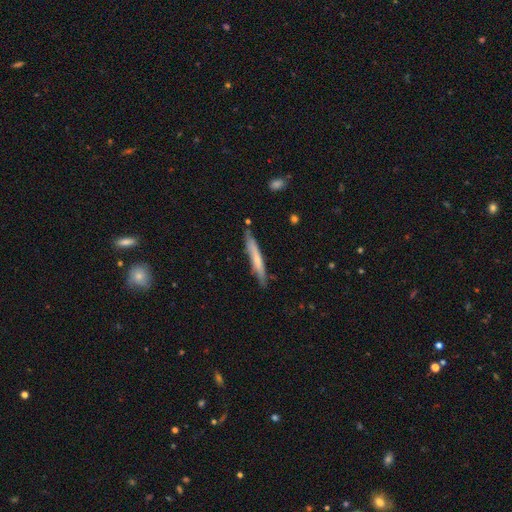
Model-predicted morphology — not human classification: A smooth galaxy with no disk features (54%) that is cigar-shaped (95%).

Vote fractions:
- Smooth or featured? smooth: 54% / featured or disk: 40% / star or artifact: 6%
- How rounded? cigar-shaped: 95% / in between: 4% / round: 1%
- Merging? none: 80% / minor disturbance: 15% / major disturbance: 2% / merger: 2%